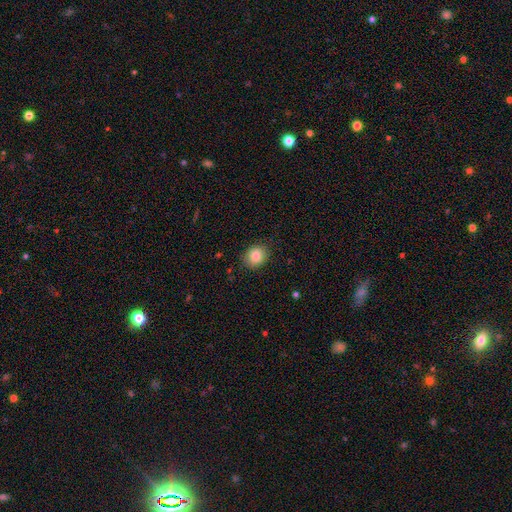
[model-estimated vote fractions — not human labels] A smooth galaxy with no disk features (85%) that is round (66%). Merging: none (85%).